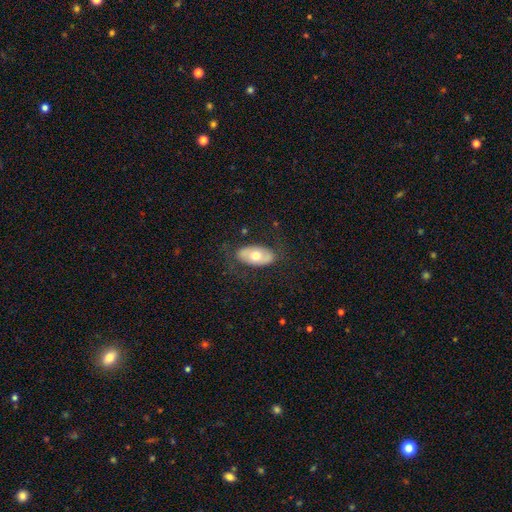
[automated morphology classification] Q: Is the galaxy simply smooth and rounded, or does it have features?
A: smooth — 56%.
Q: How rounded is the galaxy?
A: in between — 94%.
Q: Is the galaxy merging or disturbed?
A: none — 76%.